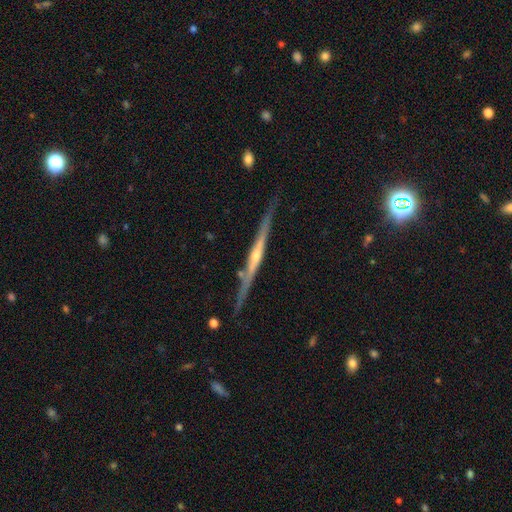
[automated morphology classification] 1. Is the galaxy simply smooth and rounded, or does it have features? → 81% featured or disk, 14% smooth, 5% star or artifact.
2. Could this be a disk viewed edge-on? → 97% yes, 3% no.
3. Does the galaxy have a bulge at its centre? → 68% rounded, 26% none, 6% boxy.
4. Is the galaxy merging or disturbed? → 80% none, 14% minor disturbance, 3% merger, 3% major disturbance.